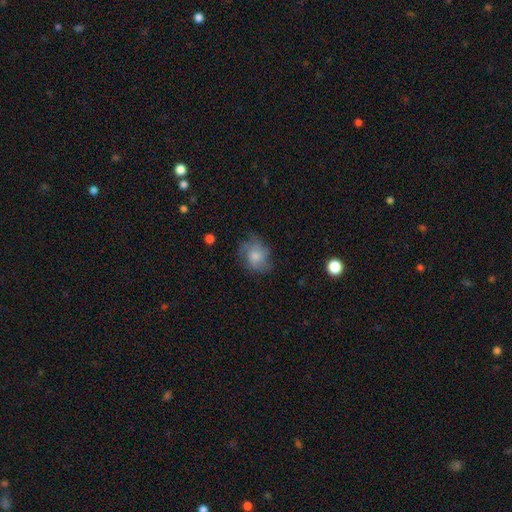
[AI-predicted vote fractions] The model was most divided on "how rounded": round: 59%, in between: 40%, cigar-shaped: 1%. More confident: smooth or featured — smooth (73%); merging — none (60%).